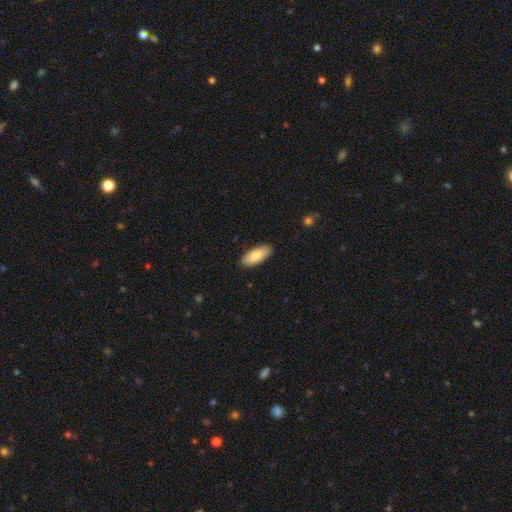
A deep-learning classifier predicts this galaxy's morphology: smooth-or-featured: smooth: 82% | featured or disk: 12% | star or artifact: 6%
  how-rounded: in between: 83% | cigar-shaped: 15% | round: 2%
  merging: none: 88% | minor disturbance: 9% | major disturbance: 2% | merger: 1%